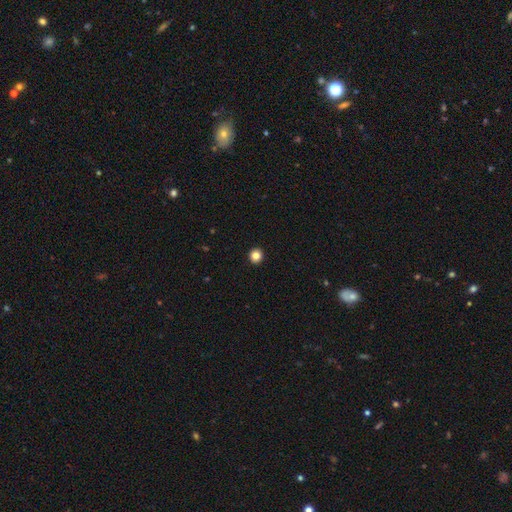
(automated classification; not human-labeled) Morphology: type=smooth (84%); roundness=round (93%); merging=none (94%).